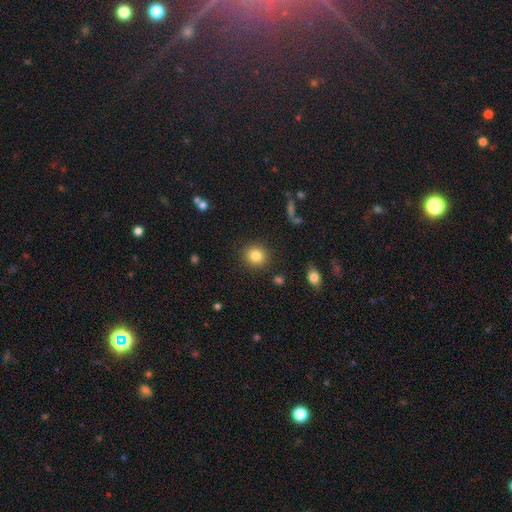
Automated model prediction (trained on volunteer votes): smooth-or-featured: smooth: 83% | star or artifact: 10% | featured or disk: 7%
  how-rounded: round: 84% | in between: 15% | cigar-shaped: 1%
  merging: none: 89% | minor disturbance: 7% | major disturbance: 3% | merger: 2%